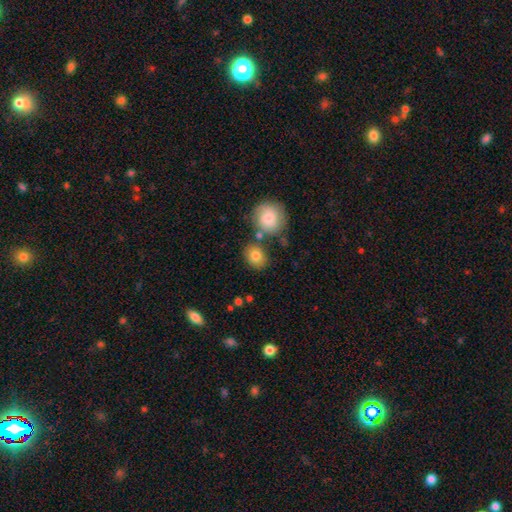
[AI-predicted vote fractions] Morphology: type=smooth (81%); roundness=round (64%); merging=none (69%).